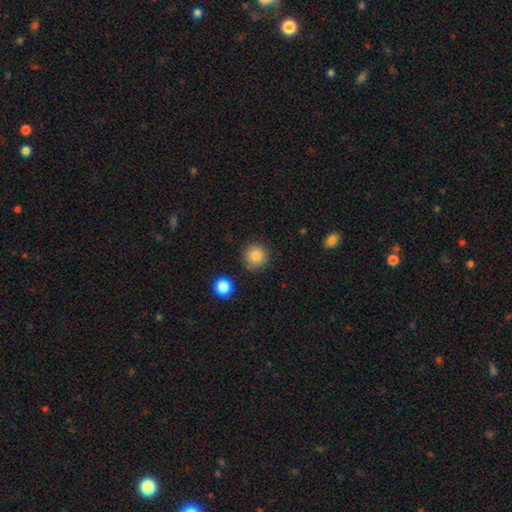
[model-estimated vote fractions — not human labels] smooth-or-featured: smooth: 84% | star or artifact: 10% | featured or disk: 6%
  how-rounded: round: 95% | in between: 4% | cigar-shaped: 1%
  merging: none: 88% | minor disturbance: 7% | major disturbance: 2% | merger: 2%